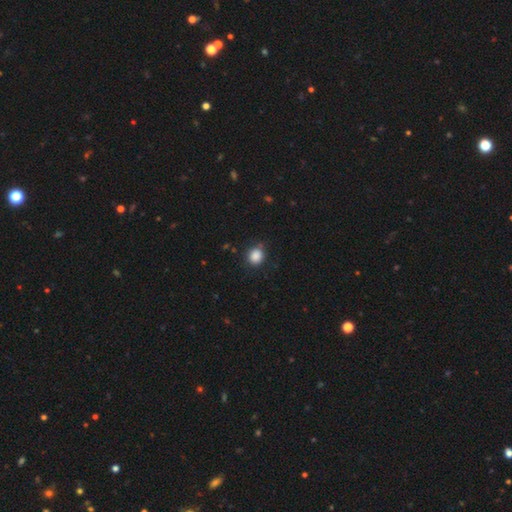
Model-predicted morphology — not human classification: This appears to be a smooth galaxy with no disk features (87%) that is round (78%). Merging: none (81%).